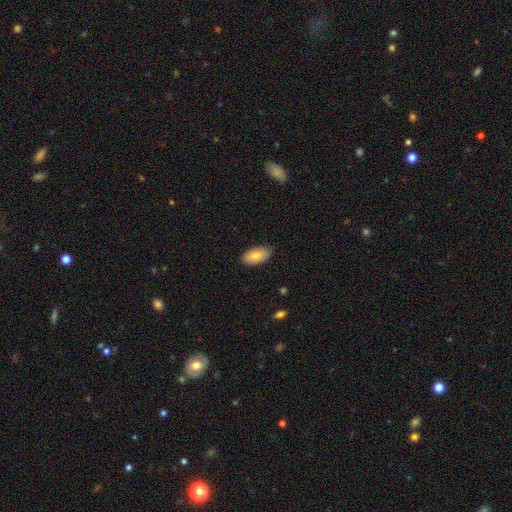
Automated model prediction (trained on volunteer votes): Smooth or featured: smooth — 83% (featured or disk — 11%)
How rounded: in between — 94% (cigar-shaped — 3%)
Merging: none — 83% (minor disturbance — 14%)